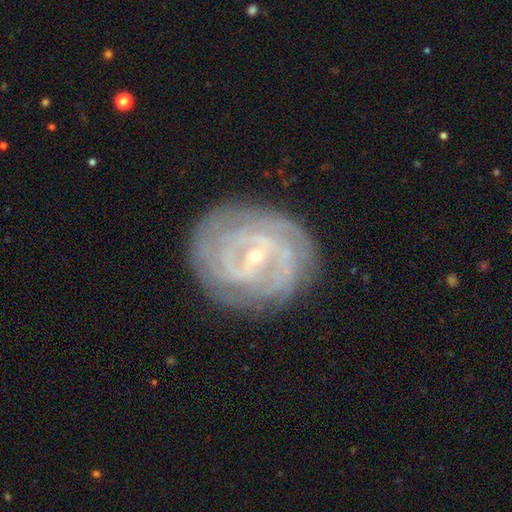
featured or disk 90%, smooth 8%, star or artifact 2%. Down the decision tree: edge-on disk — no (97%); bar — weak (46%); spiral arms — yes (100%); spiral arm count — can't tell (37%); spiral winding — tight (86%); bulge size — small (77%); merging — none (85%).